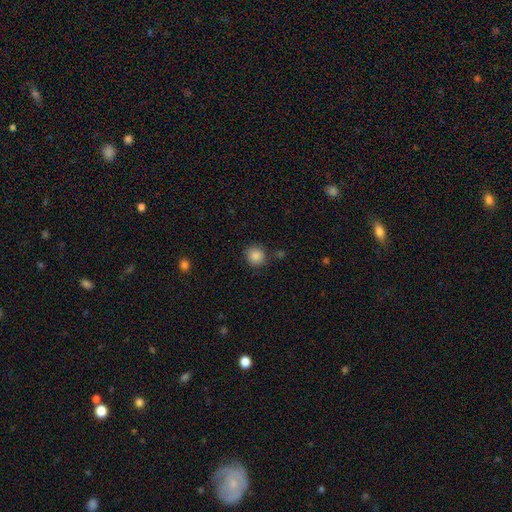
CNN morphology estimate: Smooth or featured? Predicted: smooth (p=0.87). How rounded? Predicted: round (p=0.92). Merging? Predicted: none (p=0.85).